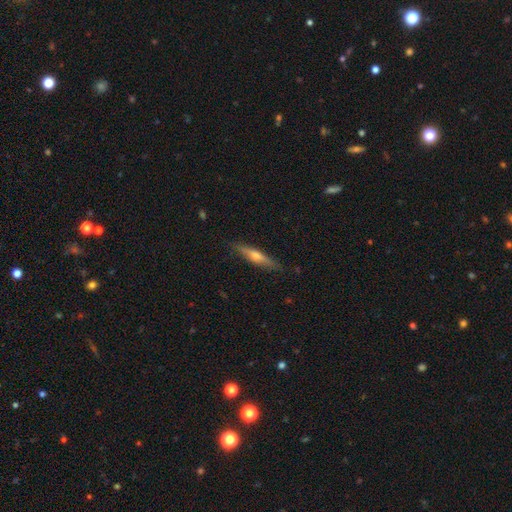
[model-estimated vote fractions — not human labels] Smooth or featured? featured or disk (57%)
Edge-on disk? yes (95%)
Edge-on bulge? rounded (82%)
Merging? none (87%)